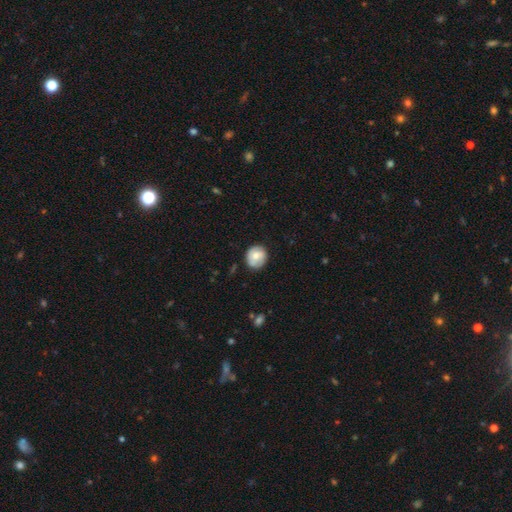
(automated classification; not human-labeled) A smooth galaxy with no disk features (69%) that is round (86%). Merging: none (80%).